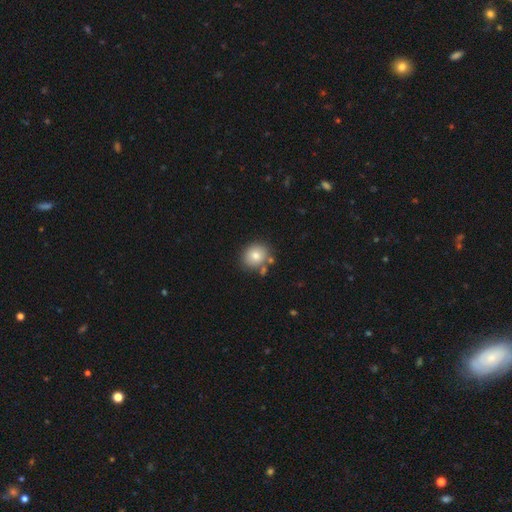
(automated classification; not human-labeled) A smooth galaxy with no disk features (80%) that is round (73%).

Vote fractions:
- Smooth or featured? smooth: 80% / featured or disk: 11% / star or artifact: 10%
- How rounded? round: 73% / in between: 26% / cigar-shaped: 1%
- Merging? none: 75% / minor disturbance: 12% / merger: 10% / major disturbance: 3%